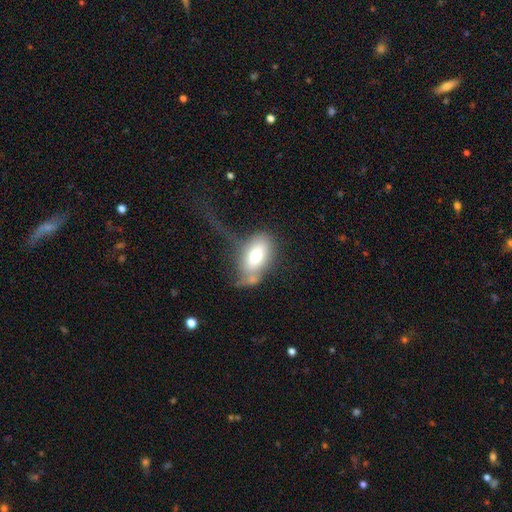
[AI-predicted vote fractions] Smooth or featured?
  - smooth: 70% *
  - featured or disk: 23%
  - star or artifact: 7%
How rounded?
  - in between: 90% *
  - round: 7%
  - cigar-shaped: 3%
Merging?
  - major disturbance: 37% *
  - none: 26%
  - minor disturbance: 21%
  - merger: 17%